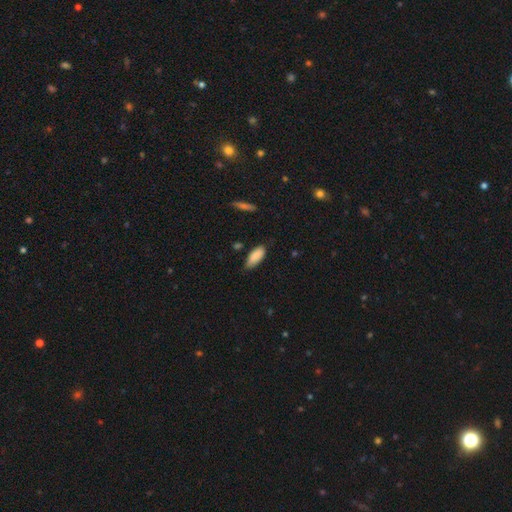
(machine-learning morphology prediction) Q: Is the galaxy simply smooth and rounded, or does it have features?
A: smooth — 88%.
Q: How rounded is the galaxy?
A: in between — 85%.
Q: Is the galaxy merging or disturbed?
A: none — 65%.